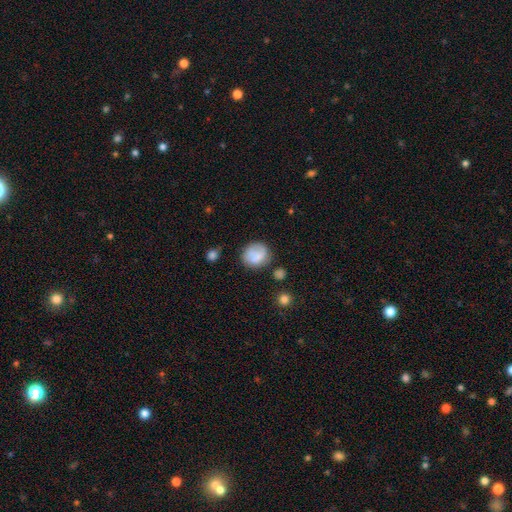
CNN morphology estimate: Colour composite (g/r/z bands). It shows a smooth galaxy with no disk features (75%) that is round (77%). Merging: none (65%).